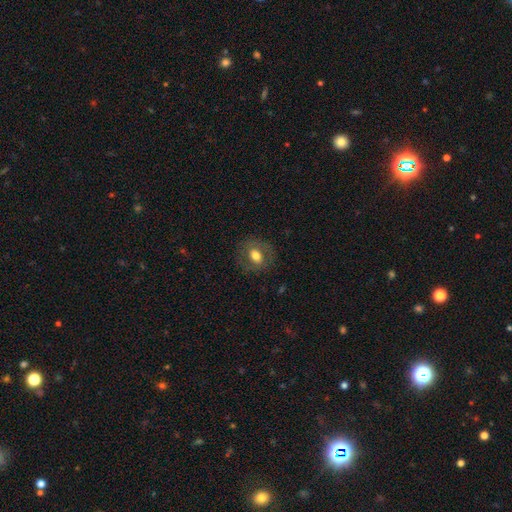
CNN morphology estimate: Smooth or featured? Predicted: smooth (p=0.59). How rounded? Predicted: round (p=0.54). Merging? Predicted: none (p=0.79).